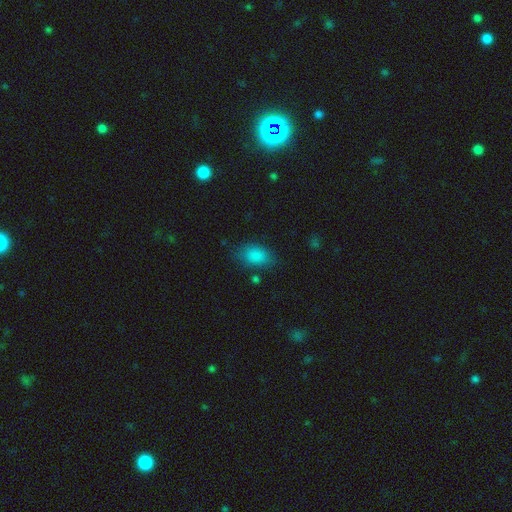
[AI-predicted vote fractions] Smooth or featured? Predicted: smooth (p=0.86). How rounded? Predicted: in between (p=0.88). Merging? Predicted: none (p=0.76).